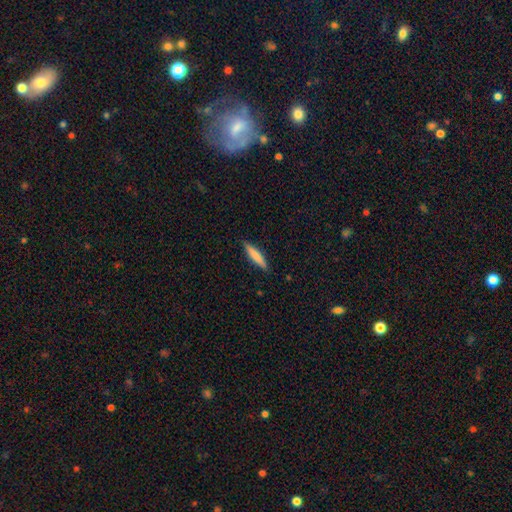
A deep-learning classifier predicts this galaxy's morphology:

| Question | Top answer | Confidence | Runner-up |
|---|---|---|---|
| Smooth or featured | smooth | 78% | featured or disk (16%) |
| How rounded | cigar-shaped | 85% | in between (14%) |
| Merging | none | 88% | minor disturbance (9%) |